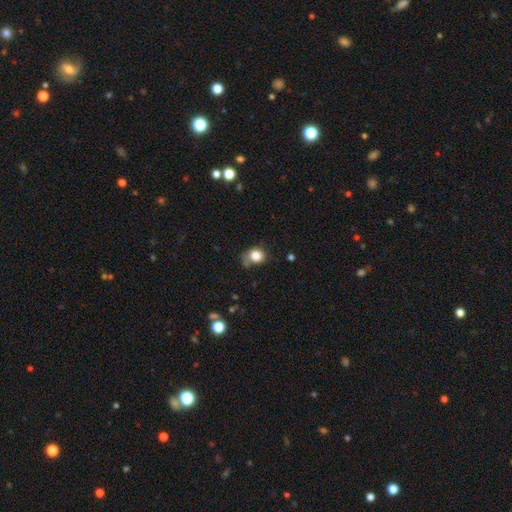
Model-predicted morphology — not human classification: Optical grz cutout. It shows a smooth galaxy with no disk features (82%) that is round (65%). Merging: none (50%).